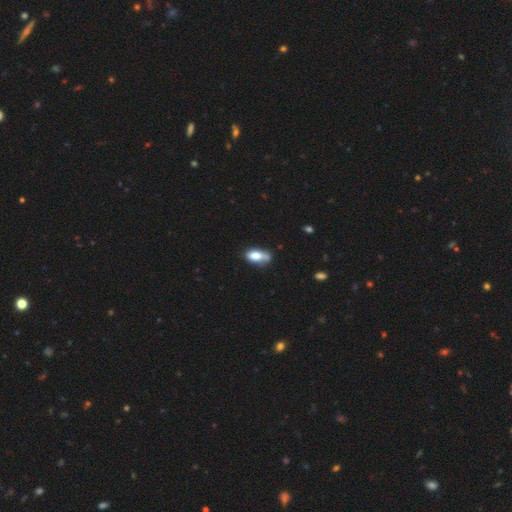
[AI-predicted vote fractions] Smooth or featured: smooth — 77% (featured or disk — 15%)
How rounded: in between — 87% (round — 7%)
Merging: none — 38% (minor disturbance — 30%)